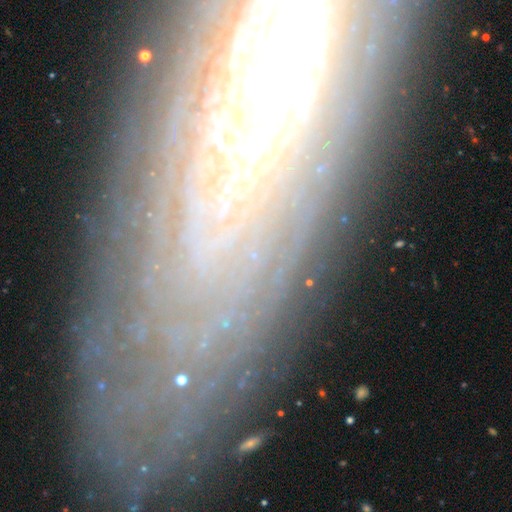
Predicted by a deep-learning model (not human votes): Q: Smooth or featured?
A: featured or disk (48%); runner-up: star or artifact (34%)
Q: Merging?
A: none (75%); runner-up: minor disturbance (14%)